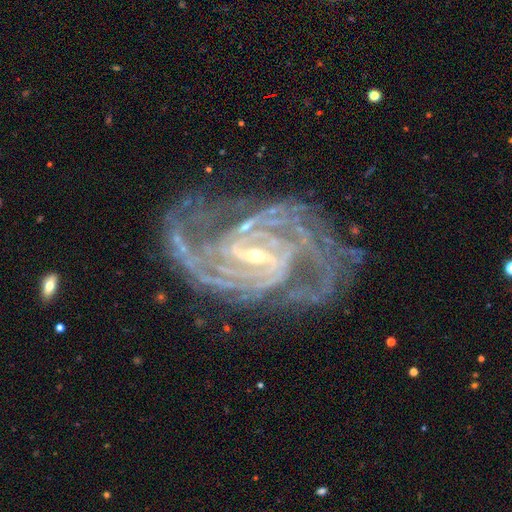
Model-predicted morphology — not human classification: The model was most divided on "spiral winding": tight: 48%, medium: 42%, loose: 10%. Remaining: spiral arms — yes (98%); edge-on disk — no (97%); smooth or featured — featured or disk (92%); bulge size — small (76%); merging — none (67%); bar — strong (47%); spiral arm count — 2 (29%).